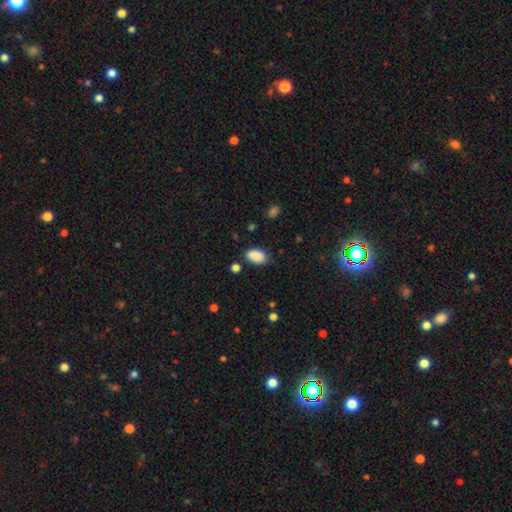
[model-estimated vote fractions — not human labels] Q: Smooth or featured?
A: smooth (89%); runner-up: star or artifact (7%)
Q: How rounded?
A: in between (92%); runner-up: round (6%)
Q: Merging?
A: none (77%); runner-up: minor disturbance (16%)